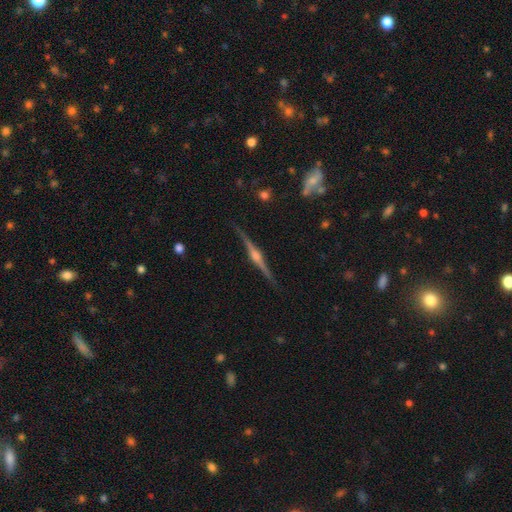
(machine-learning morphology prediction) The model was most divided on "merging": none: 88%, minor disturbance: 9%, major disturbance: 2%, merger: 1%. More confident: edge-on disk — yes (98%); edge-on bulge — rounded (89%); smooth or featured — featured or disk (89%).